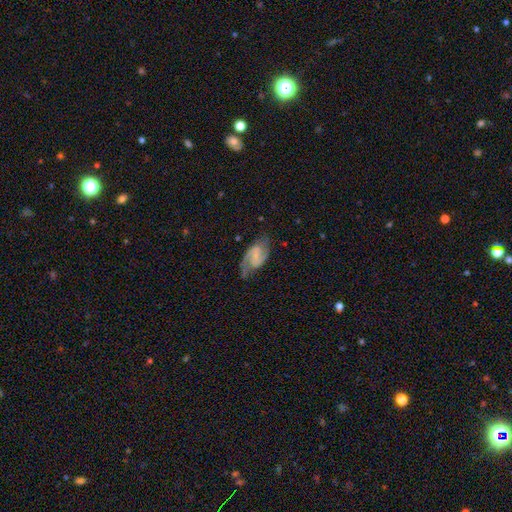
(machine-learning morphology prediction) smooth-or-featured: featured or disk: 86% | smooth: 9% | star or artifact: 5%
  disk-edge-on: no: 97% | yes: 3%
    bar: no: 44% (tied) | weak: 44% (tied) | strong: 13%
    has-spiral-arms: yes: 97% | no: 3%
      spiral-winding: medium: 56% | tight: 24% | loose: 20%
      spiral-arm-count: 2: 92% | can't tell: 3% | 1: 2% | 3: 1% | 4: 1% | more than 4: 1%
    bulge-size: small: 54% | none: 24% | moderate: 19% | large: 2% | dominant: 1%
  merging: none: 71% | minor disturbance: 19% | major disturbance: 8% | merger: 2%